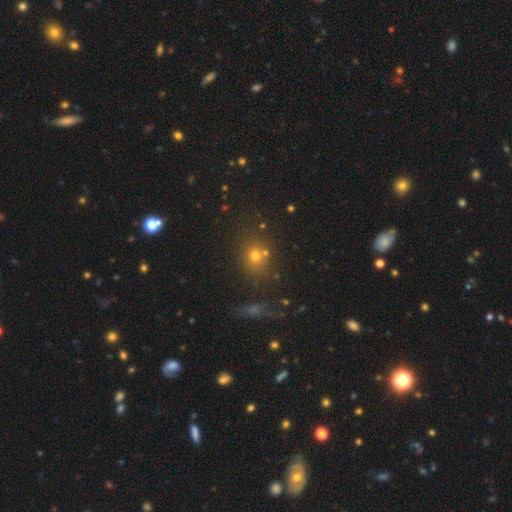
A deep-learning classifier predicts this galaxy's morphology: smooth-or-featured: smooth: 63% | star or artifact: 26% | featured or disk: 11%
  how-rounded: round: 71% | in between: 28% | cigar-shaped: 2%
  merging: none: 70% | merger: 14% | minor disturbance: 11% | major disturbance: 5%